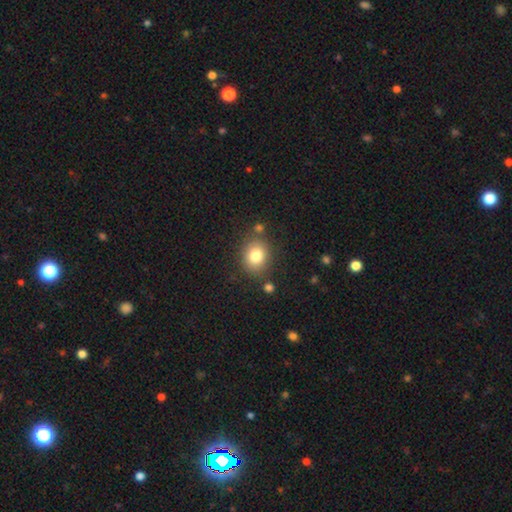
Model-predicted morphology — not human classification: smooth 80%, star or artifact 10%, featured or disk 9%. Down the decision tree: how rounded — round (63%); merging — none (80%).